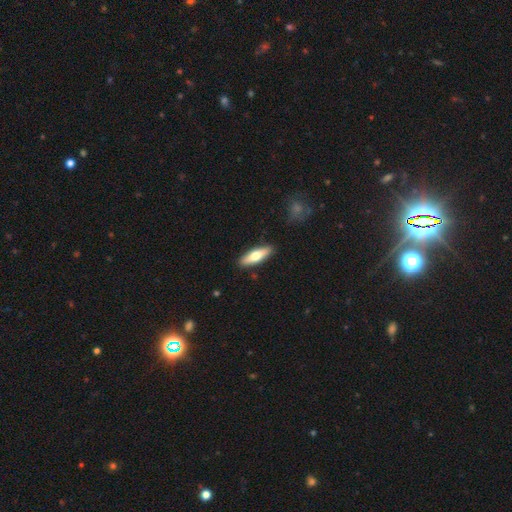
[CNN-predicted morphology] The model was most divided on "how rounded": cigar-shaped: 52%, in between: 46%, round: 2%. More confident: merging — none (89%); smooth or featured — smooth (63%).